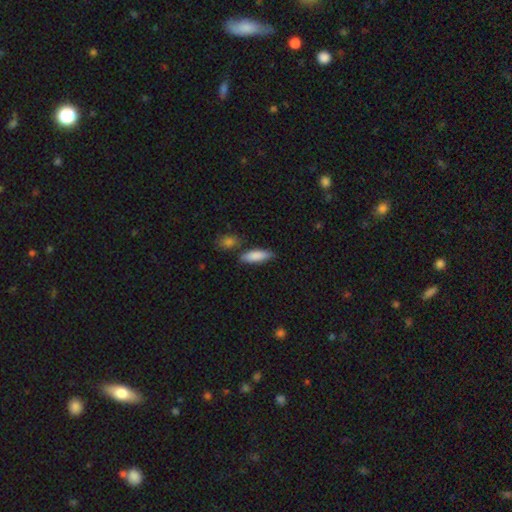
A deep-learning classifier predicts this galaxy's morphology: This appears to be a smooth galaxy with no disk features (86%) that is in between round and cigar-shaped (54%). Merging: none (77%).